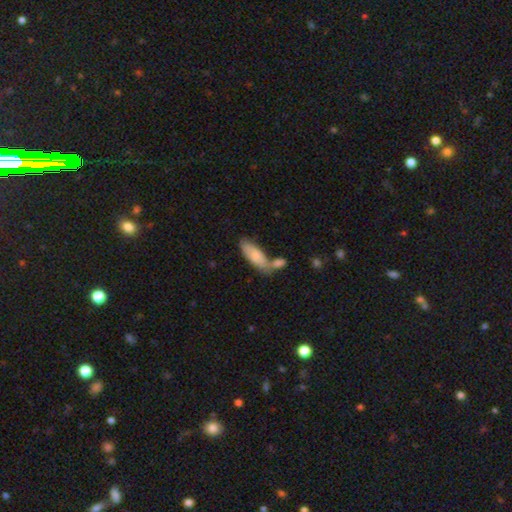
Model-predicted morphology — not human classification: Q: Smooth or featured?
A: smooth (77%); runner-up: featured or disk (17%)
Q: How rounded?
A: in between (73%); runner-up: cigar-shaped (25%)
Q: Merging?
A: none (41%); runner-up: merger (37%)